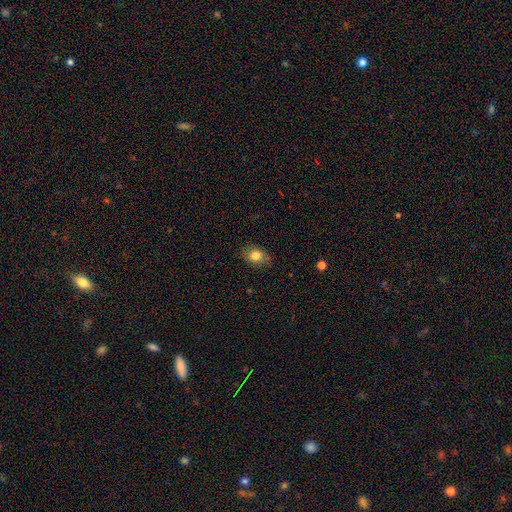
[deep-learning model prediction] Smooth or featured? Predicted: smooth (p=0.81). How rounded? Predicted: in between (p=0.71). Merging? Predicted: none (p=0.81).